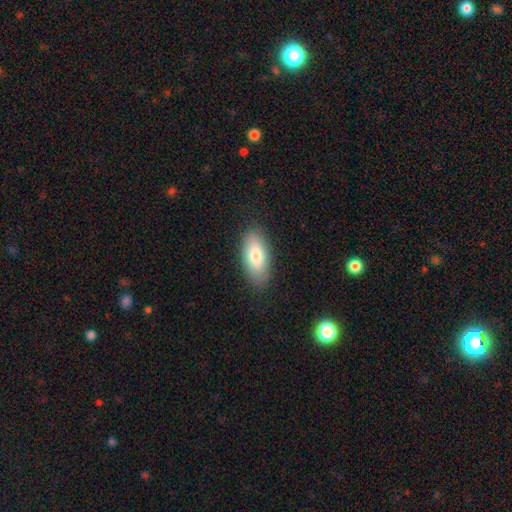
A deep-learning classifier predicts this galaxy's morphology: A smooth galaxy with no disk features (79%) that is in between round and cigar-shaped (88%). Merging: none (86%).